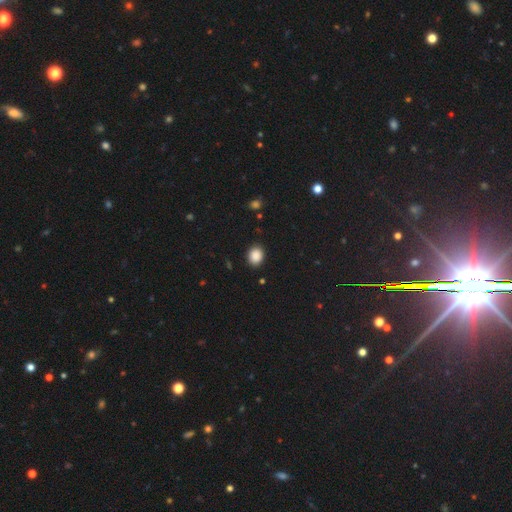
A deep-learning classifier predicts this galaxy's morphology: A smooth galaxy with no disk features (88%) that is round (52%).

Vote fractions:
- Smooth or featured? smooth: 88% / star or artifact: 9% / featured or disk: 3%
- How rounded? round: 52% / in between: 47% / cigar-shaped: 1%
- Merging? none: 89% / minor disturbance: 8% / major disturbance: 2% / merger: 1%